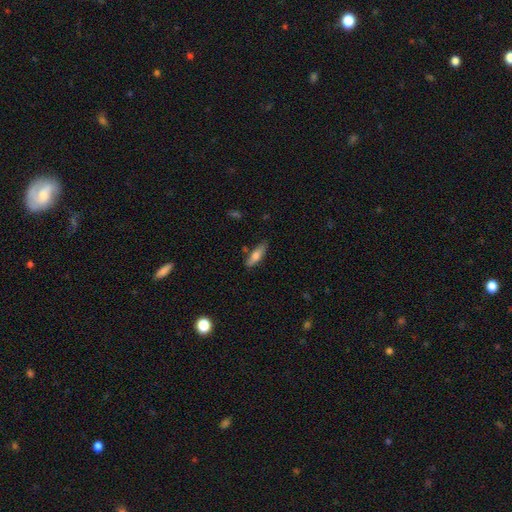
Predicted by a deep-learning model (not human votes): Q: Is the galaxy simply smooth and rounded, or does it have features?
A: smooth — 72%.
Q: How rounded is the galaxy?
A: cigar-shaped — 52%.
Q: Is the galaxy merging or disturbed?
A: none — 78%.